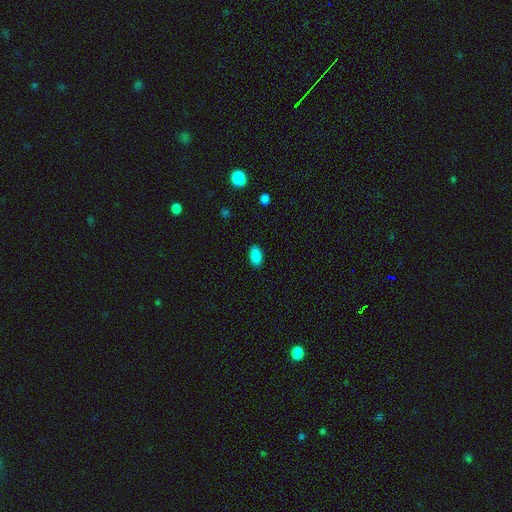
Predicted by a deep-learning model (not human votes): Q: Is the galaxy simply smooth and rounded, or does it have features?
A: smooth — 88%.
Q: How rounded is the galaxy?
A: in between — 93%.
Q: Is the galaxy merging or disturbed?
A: none — 89%.